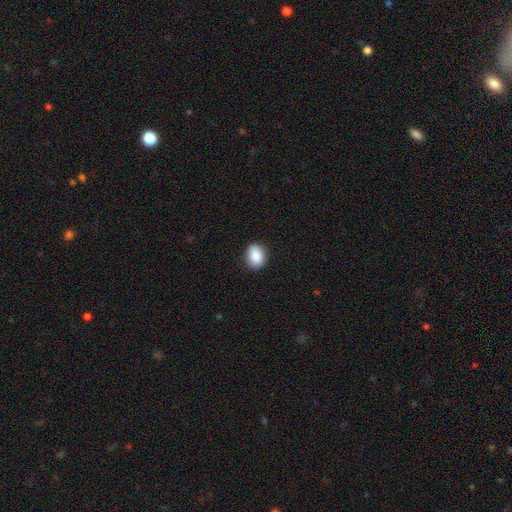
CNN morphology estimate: This is clearly a smooth galaxy (88%). How rounded: possibly in between (59%). Merging: clearly none (85%).